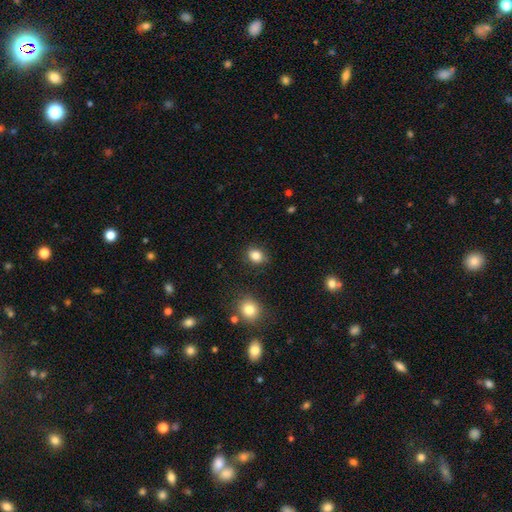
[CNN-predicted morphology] Smooth or featured? smooth (84%)
How rounded? round (53%)
Merging? none (83%)